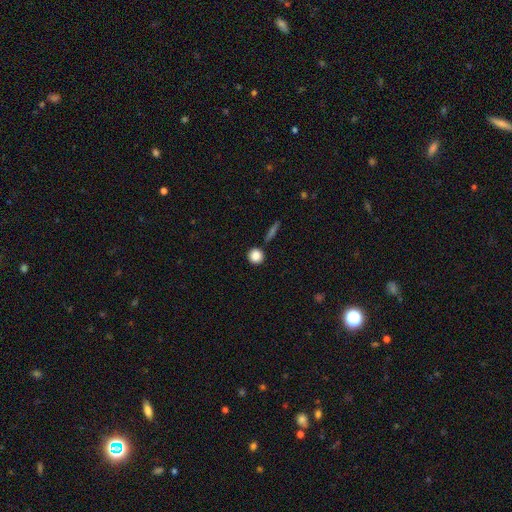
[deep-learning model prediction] Smooth or featured? Predicted: smooth (p=0.86). How rounded? Predicted: round (p=0.93). Merging? Predicted: none (p=0.87).